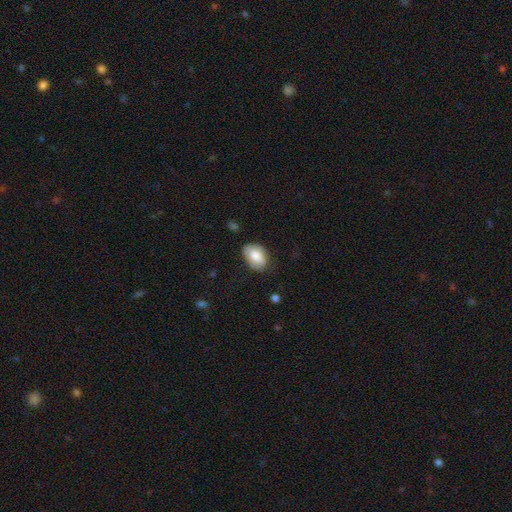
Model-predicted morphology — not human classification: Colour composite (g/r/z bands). It shows a smooth galaxy with no disk features (79%) that is in between round and cigar-shaped (89%). Merging: none (72%).